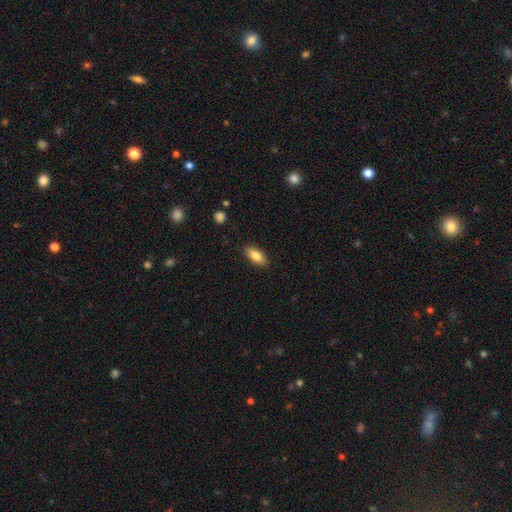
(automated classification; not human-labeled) This appears to be a smooth galaxy with no disk features (82%) that is in between round and cigar-shaped (83%). Merging: none (88%).